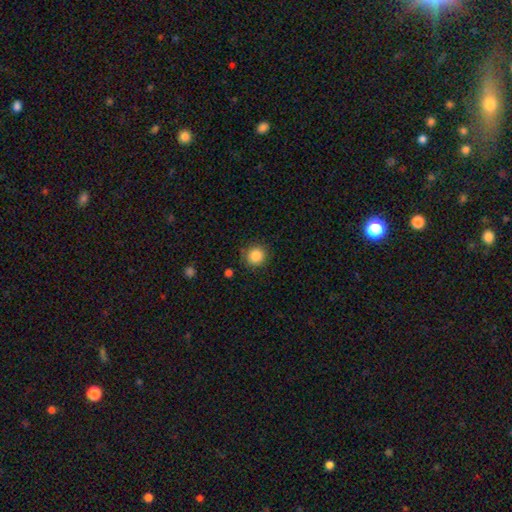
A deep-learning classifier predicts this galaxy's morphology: Smooth or featured?
  - smooth: 86% *
  - star or artifact: 10%
  - featured or disk: 4%
How rounded?
  - round: 90% *
  - in between: 9%
  - cigar-shaped: 1%
Merging?
  - none: 87% *
  - minor disturbance: 9%
  - major disturbance: 3%
  - merger: 2%